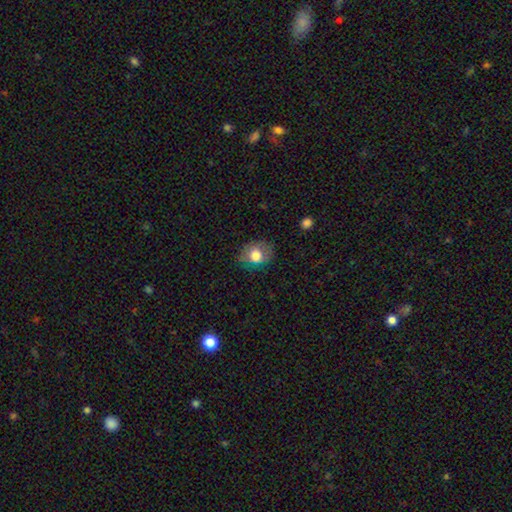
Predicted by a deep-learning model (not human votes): Smooth or featured? Predicted: smooth (p=0.74). How rounded? Predicted: round (p=0.54). Merging? Predicted: none (p=0.72).